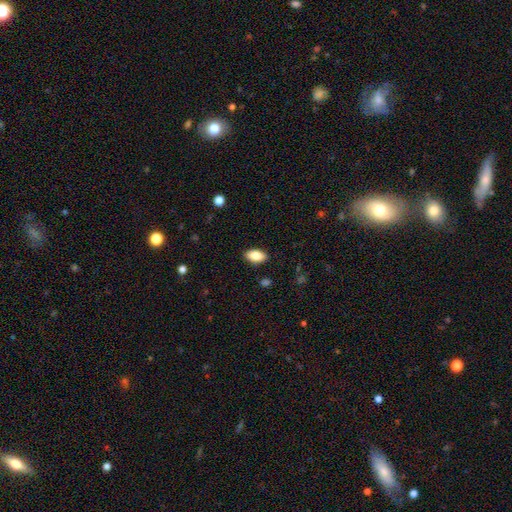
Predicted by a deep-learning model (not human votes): smooth-or-featured: smooth: 82% | featured or disk: 11% | star or artifact: 7%
  how-rounded: in between: 91% | round: 4% | cigar-shaped: 4%
  merging: none: 88% | minor disturbance: 9% | major disturbance: 2% | merger: 1%